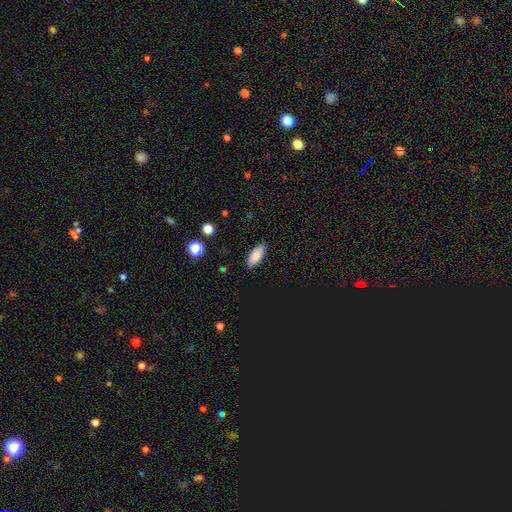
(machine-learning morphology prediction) Smooth or featured? Predicted: smooth (p=0.86). How rounded? Predicted: in between (p=0.81). Merging? Predicted: none (p=0.88).